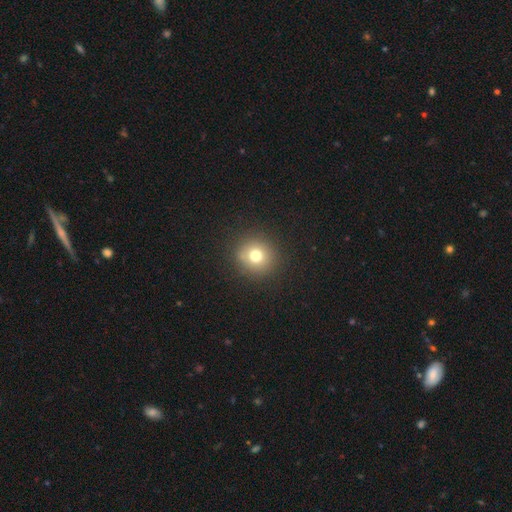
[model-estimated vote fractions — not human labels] This is likely a smooth galaxy (74%). How rounded: clearly round (90%). Merging: clearly none (88%).